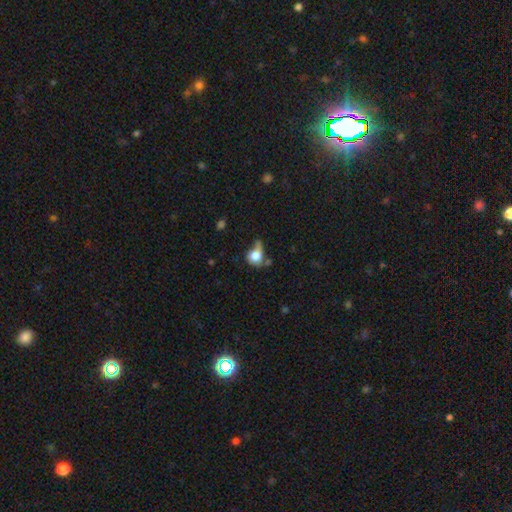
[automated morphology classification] Smooth or featured: smooth — 75% (featured or disk — 15%)
How rounded: round — 68% (in between — 31%)
Merging: none — 33% (minor disturbance — 29%)